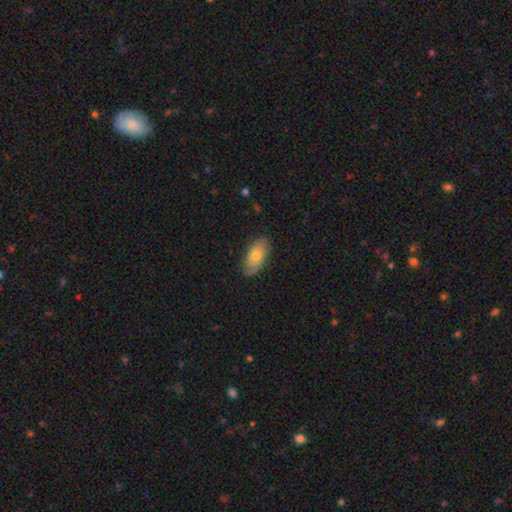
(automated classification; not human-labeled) smooth_or_featured: smooth (p=0.63) [alt: featured or disk p=0.31]
how_rounded: in between (p=0.92) [alt: cigar-shaped p=0.04]
merging: none (p=0.82) [alt: minor disturbance p=0.14]